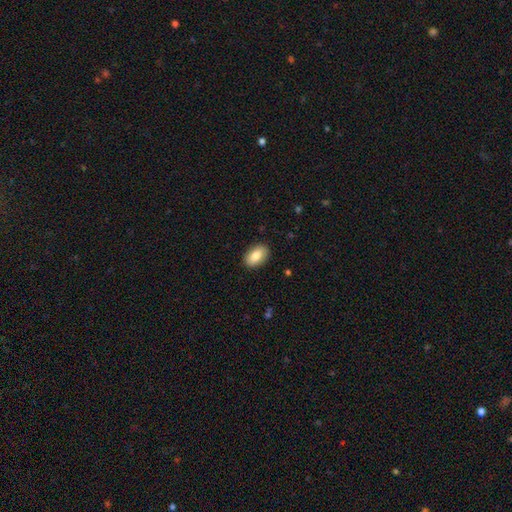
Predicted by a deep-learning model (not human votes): smooth 85%, featured or disk 9%, star or artifact 7%. Down the decision tree: how rounded — in between (92%); merging — none (89%).